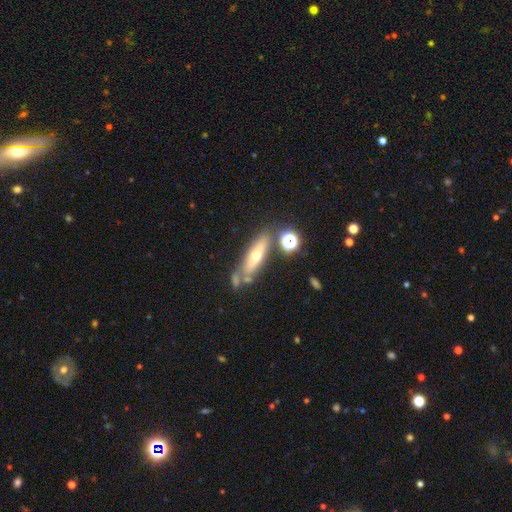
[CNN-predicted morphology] This is possibly a featured or disk galaxy (45%, tied with smooth). Merging: likely none (64%).